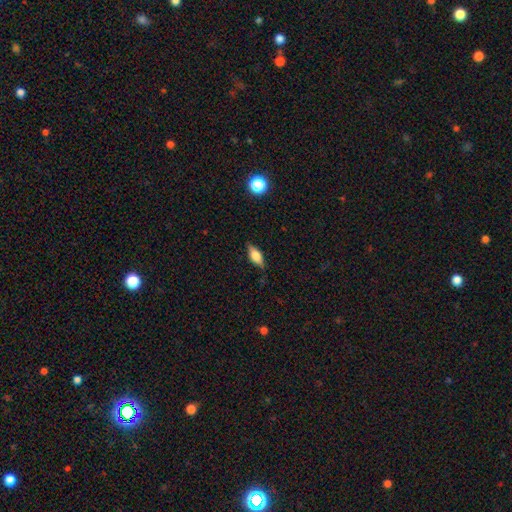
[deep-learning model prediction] The model was most divided on "smooth or featured": smooth: 55%, featured or disk: 36%, star or artifact: 8%. More confident: merging — none (82%); how rounded — in between (72%).